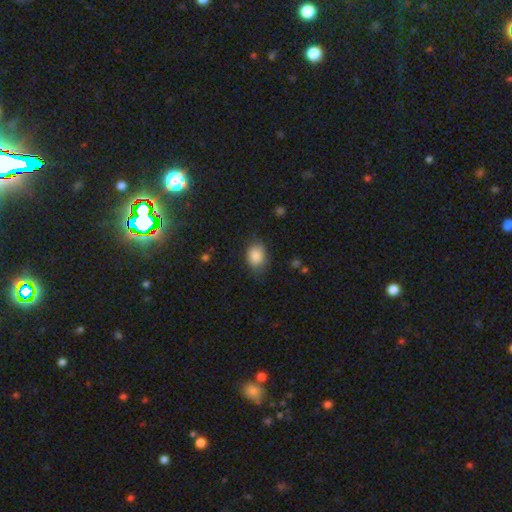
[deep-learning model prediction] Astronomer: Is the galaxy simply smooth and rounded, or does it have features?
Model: smooth — 86%.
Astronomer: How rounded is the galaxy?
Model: in between — 69%.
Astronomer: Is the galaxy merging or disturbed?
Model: none — 70%.